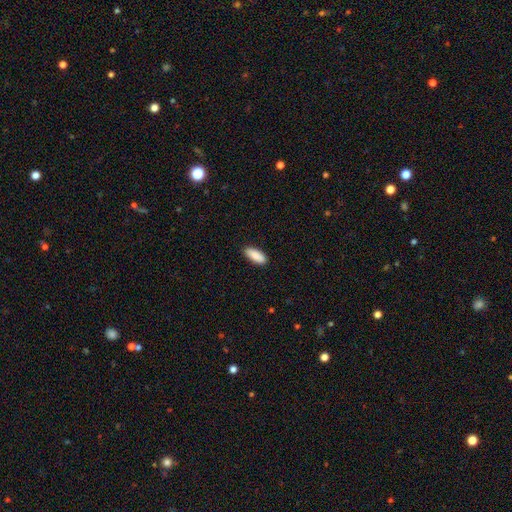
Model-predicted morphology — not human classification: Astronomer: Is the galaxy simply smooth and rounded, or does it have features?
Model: smooth — 91%.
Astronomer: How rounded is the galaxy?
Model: in between — 78%.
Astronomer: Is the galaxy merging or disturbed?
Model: none — 90%.